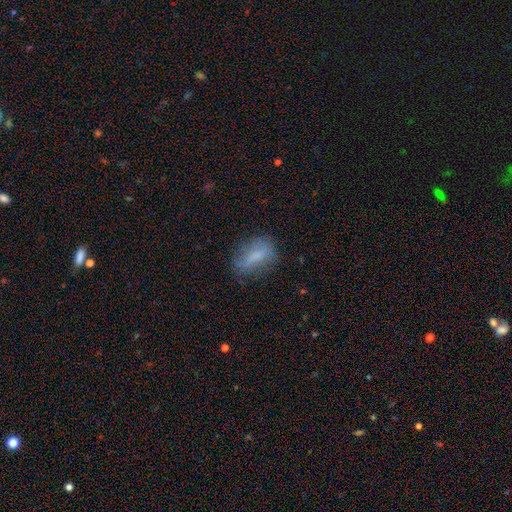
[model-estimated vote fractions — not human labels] Morphology: type=smooth (64%); roundness=in between (71%); merging=none (67%).